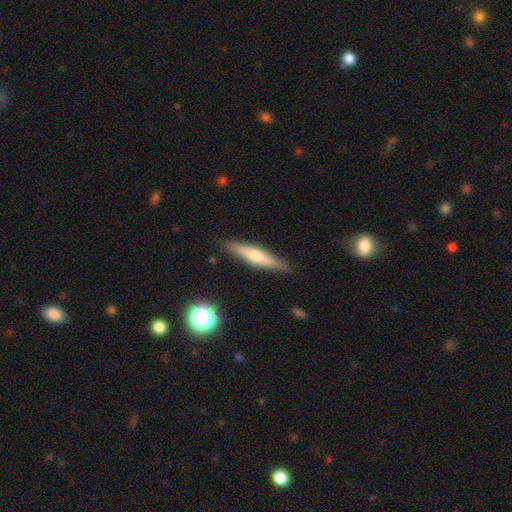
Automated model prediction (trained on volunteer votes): The model was most divided on "smooth or featured": featured or disk: 49%, smooth: 44%, star or artifact: 8%. More confident: merging — none (88%).